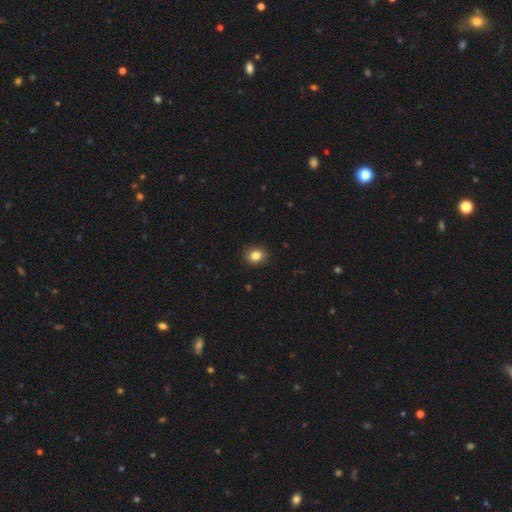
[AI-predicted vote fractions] Q: Smooth or featured?
A: smooth (84%); runner-up: star or artifact (10%)
Q: How rounded?
A: round (60%); runner-up: in between (39%)
Q: Merging?
A: none (90%); runner-up: minor disturbance (8%)